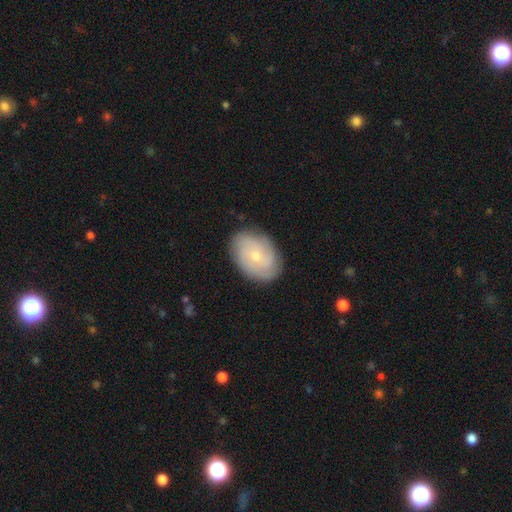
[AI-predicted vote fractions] A featured or disk galaxy (60%) with no bar (76%), spiral arms (86%) and a small central bulge (69%).

Vote fractions:
- Smooth or featured? featured or disk: 60% / smooth: 33% / star or artifact: 7%
- Edge-on disk? no: 96% / yes: 4%
- Bar? no: 76% / weak: 21% / strong: 3%
- Spiral arms? yes: 86% / no: 14%
- Bulge size? small: 69% / moderate: 27% / none: 1% / large: 1% / dominant: 1%
- Merging? none: 83% / minor disturbance: 13% / major disturbance: 3% / merger: 1%